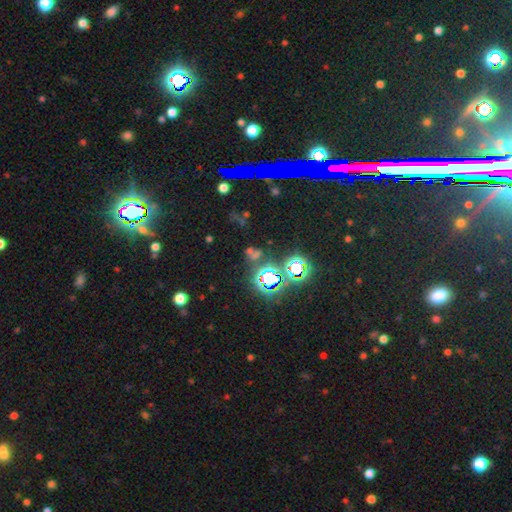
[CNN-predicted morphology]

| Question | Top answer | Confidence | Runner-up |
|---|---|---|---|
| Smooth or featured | star or artifact | 67% | smooth (23%) |